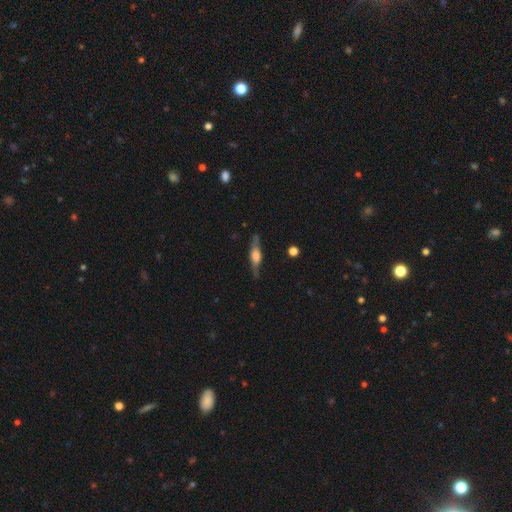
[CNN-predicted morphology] Smooth or featured?
  - featured or disk: 64% *
  - smooth: 30%
  - star or artifact: 6%
Edge-on disk?
  - yes: 92% *
  - no: 8%
Edge-on bulge?
  - rounded: 78% *
  - boxy: 18%
  - none: 4%
Merging?
  - none: 80% *
  - minor disturbance: 15%
  - major disturbance: 4%
  - merger: 2%